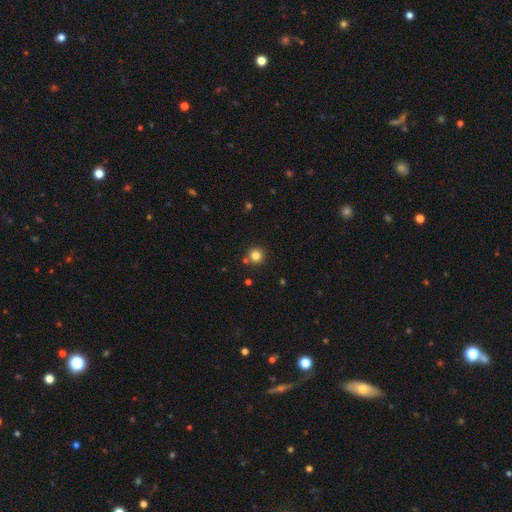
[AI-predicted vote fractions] smooth-or-featured: smooth: 82% | star or artifact: 13% | featured or disk: 5%
  how-rounded: round: 95% | in between: 4% | cigar-shaped: 1%
  merging: none: 85% | minor disturbance: 7% | merger: 6% | major disturbance: 2%